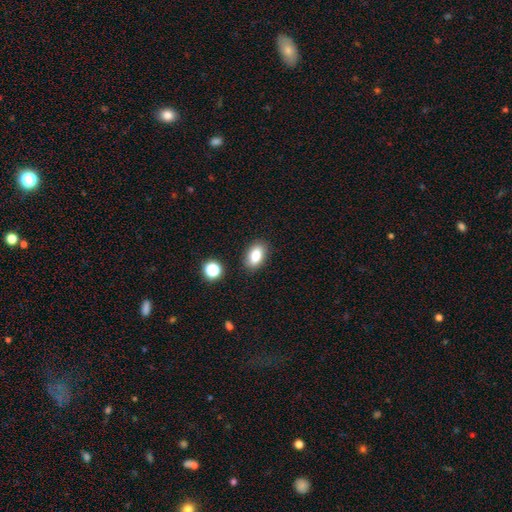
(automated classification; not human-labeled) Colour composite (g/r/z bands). It shows a smooth galaxy with no disk features (83%) that is in between round and cigar-shaped (88%). Merging: none (86%).